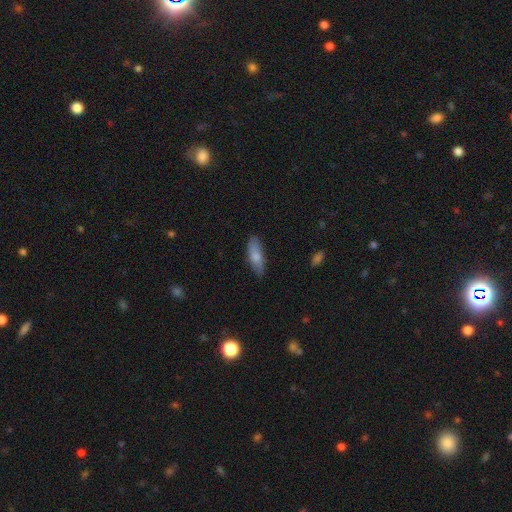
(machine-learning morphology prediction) smooth_or_featured: smooth (p=0.75) [alt: featured or disk p=0.19]
how_rounded: in between (p=0.60) [alt: cigar-shaped p=0.37]
merging: none (p=0.79) [alt: minor disturbance p=0.16]